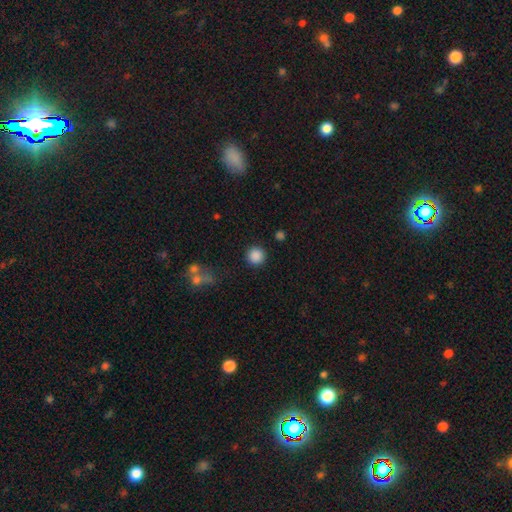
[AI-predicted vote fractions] Q: Smooth or featured?
A: smooth (87%); runner-up: star or artifact (10%)
Q: How rounded?
A: round (95%); runner-up: in between (4%)
Q: Merging?
A: none (89%); runner-up: minor disturbance (6%)